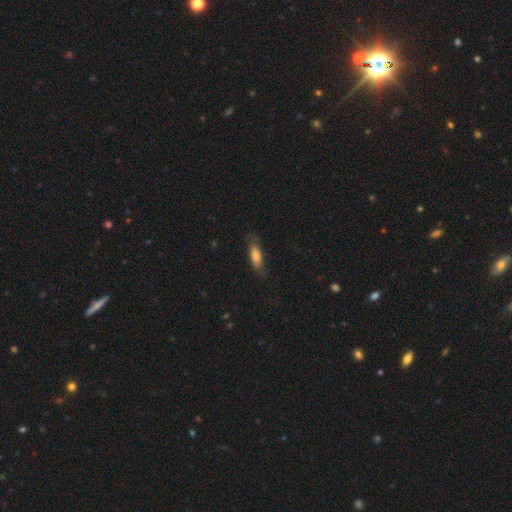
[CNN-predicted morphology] Q: Smooth or featured?
A: smooth (77%); runner-up: featured or disk (16%)
Q: How rounded?
A: in between (62%); runner-up: cigar-shaped (35%)
Q: Merging?
A: none (73%); runner-up: minor disturbance (20%)